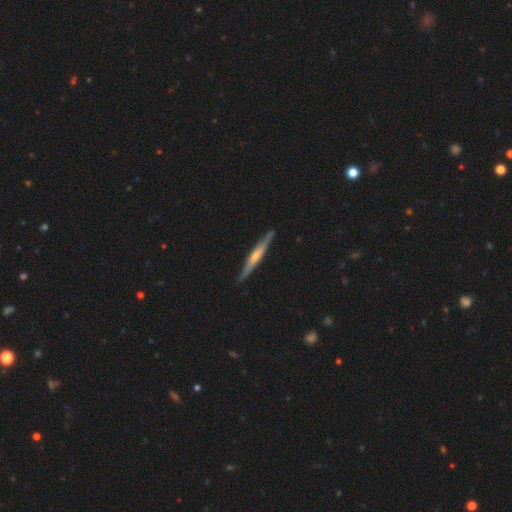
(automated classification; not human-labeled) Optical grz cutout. It shows a featured or disk galaxy (67%) viewed edge-on (97%) with a rounded central bulge (66%). Merging: none (88%).